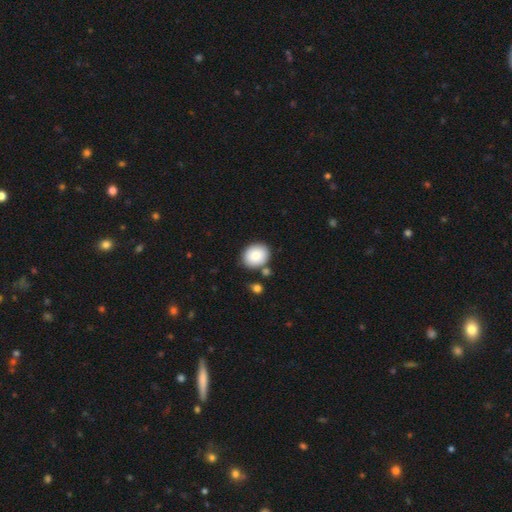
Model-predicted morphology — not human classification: The model was most divided on "how rounded": round: 58%, in between: 41%, cigar-shaped: 1%. More confident: smooth or featured — smooth (85%); merging — none (78%).